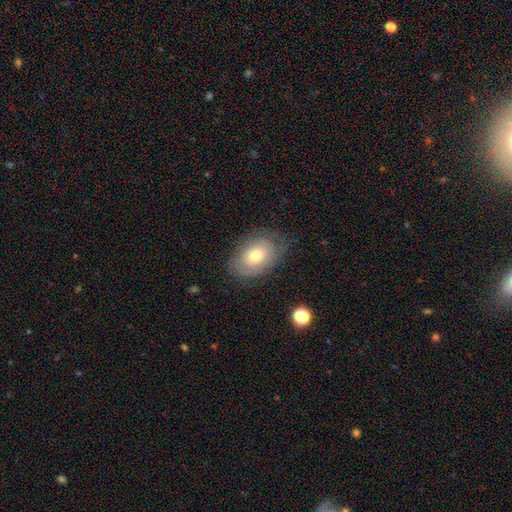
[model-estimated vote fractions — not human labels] smooth 59%, featured or disk 33%, star or artifact 8%. Down the decision tree: how rounded — in between (81%); merging — none (72%).